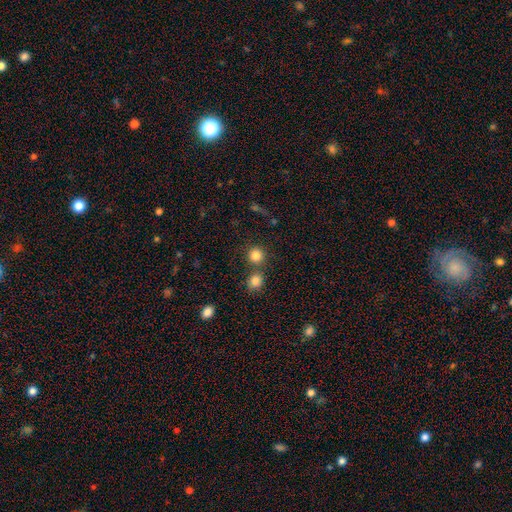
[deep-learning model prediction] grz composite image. It shows a smooth galaxy with no disk features (83%) that is round (90%). Merging: none (68%).